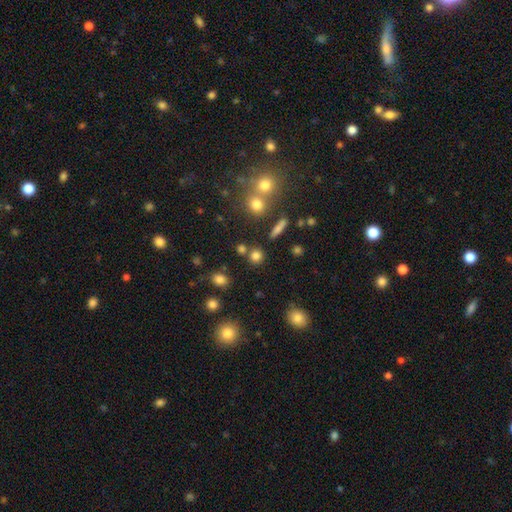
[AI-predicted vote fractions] The model was most divided on "merging": none: 72%, merger: 16%, minor disturbance: 9%, major disturbance: 3%. More confident: how rounded — round (86%); smooth or featured — smooth (76%).